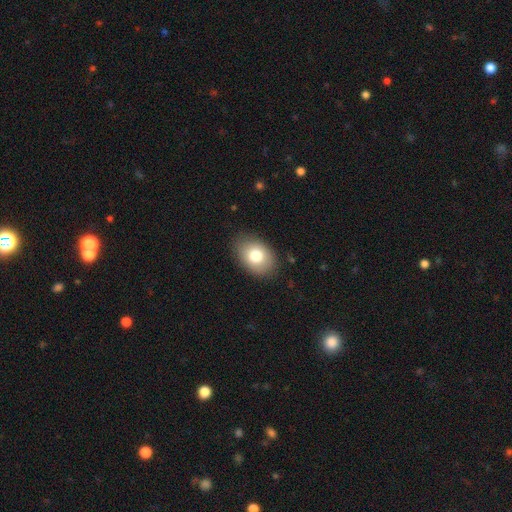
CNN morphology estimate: Q: Smooth or featured?
A: smooth (78%); runner-up: featured or disk (13%)
Q: How rounded?
A: in between (76%); runner-up: round (23%)
Q: Merging?
A: none (83%); runner-up: minor disturbance (13%)